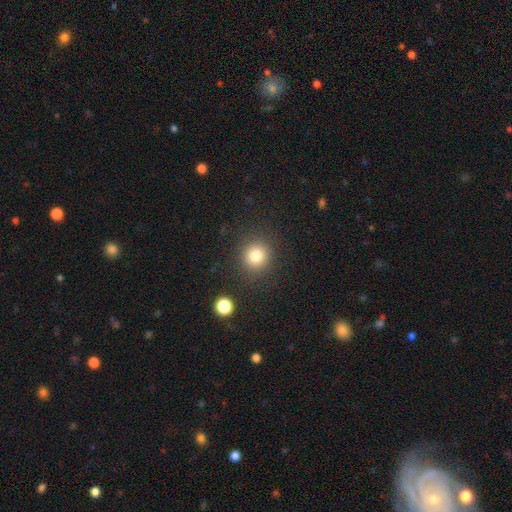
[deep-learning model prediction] Q: Smooth or featured?
A: smooth (80%); runner-up: star or artifact (13%)
Q: How rounded?
A: round (90%); runner-up: in between (9%)
Q: Merging?
A: none (88%); runner-up: minor disturbance (7%)